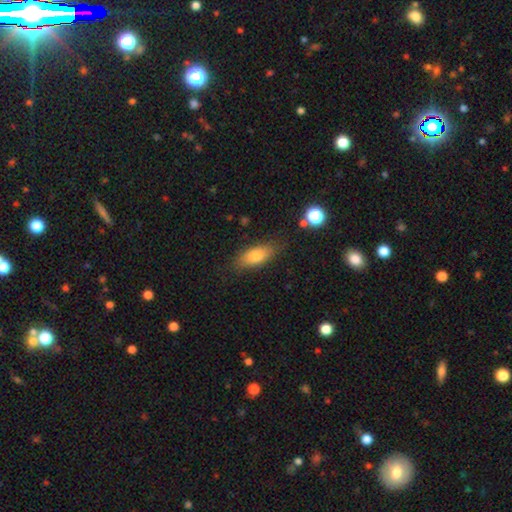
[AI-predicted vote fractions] This is likely a smooth galaxy (77%). How rounded: likely in between (78%). Merging: likely none (79%).